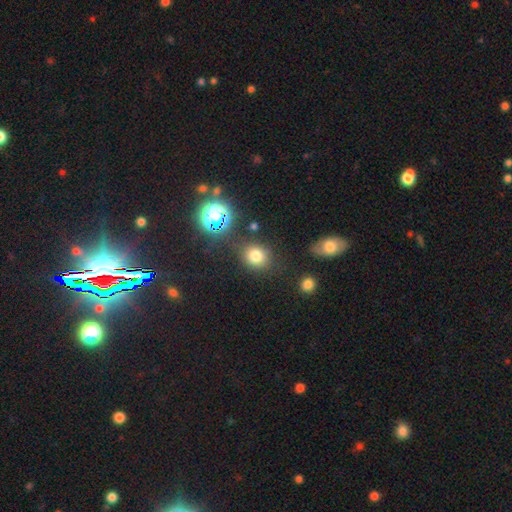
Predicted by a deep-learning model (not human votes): Morphology: type=smooth (74%); roundness=round (73%); merging=none (79%).